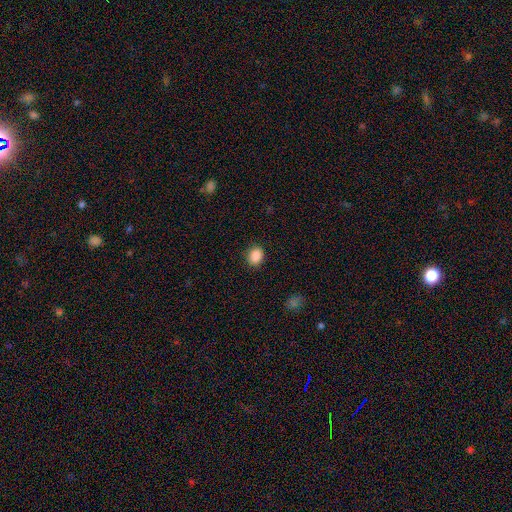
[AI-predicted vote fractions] Morphology: type=smooth (88%); roundness=in between (54%); merging=none (88%).